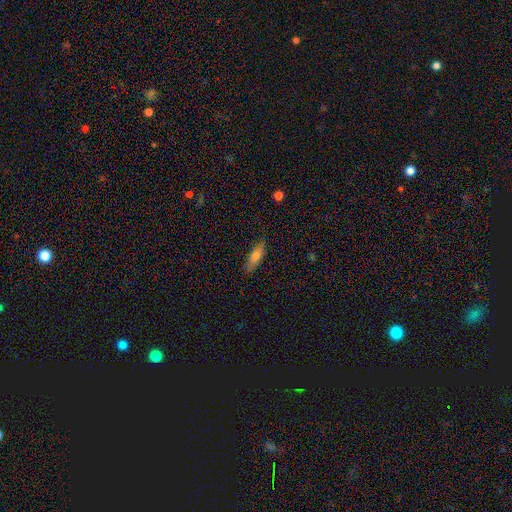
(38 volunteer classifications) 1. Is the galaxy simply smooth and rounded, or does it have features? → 55% smooth, 39% featured or disk, 5% star or artifact.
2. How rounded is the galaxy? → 57% cigar-shaped, 29% in between, 14% round.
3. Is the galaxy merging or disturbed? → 81% none, 17% minor disturbance, 3% merger, 0% major disturbance.